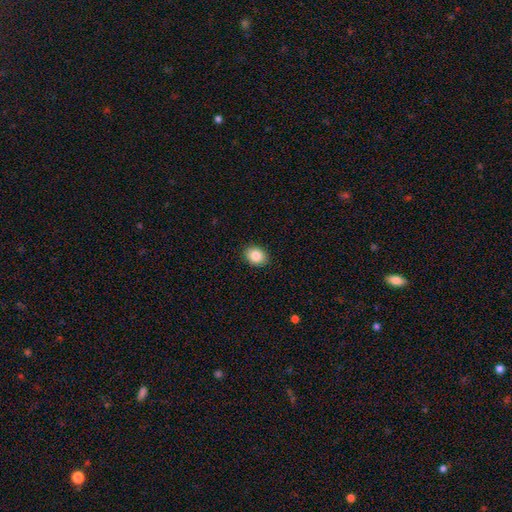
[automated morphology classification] type=smooth (86%); roundness=in between (60%); merging=none (90%).